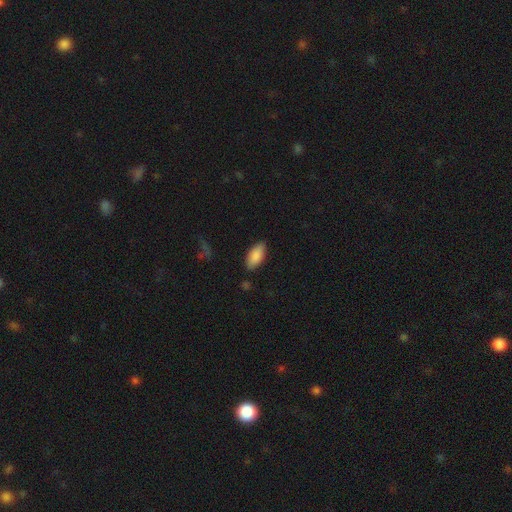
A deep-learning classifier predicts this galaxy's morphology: Smooth or featured? Predicted: smooth (p=0.87). How rounded? Predicted: in between (p=0.91). Merging? Predicted: none (p=0.85).